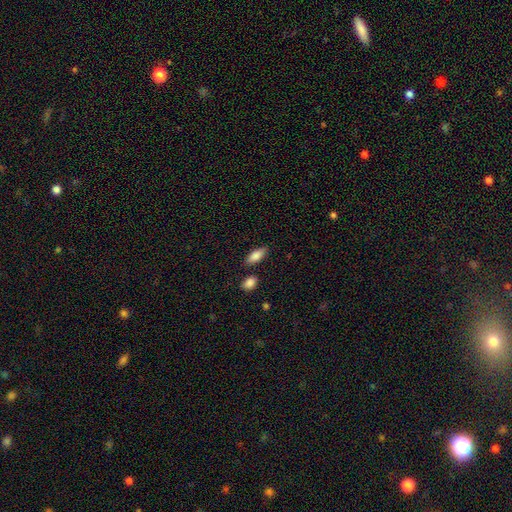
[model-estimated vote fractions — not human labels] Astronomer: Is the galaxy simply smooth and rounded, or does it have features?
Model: smooth — 85%.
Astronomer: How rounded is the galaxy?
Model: in between — 81%.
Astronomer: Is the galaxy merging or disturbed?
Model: none — 79%.